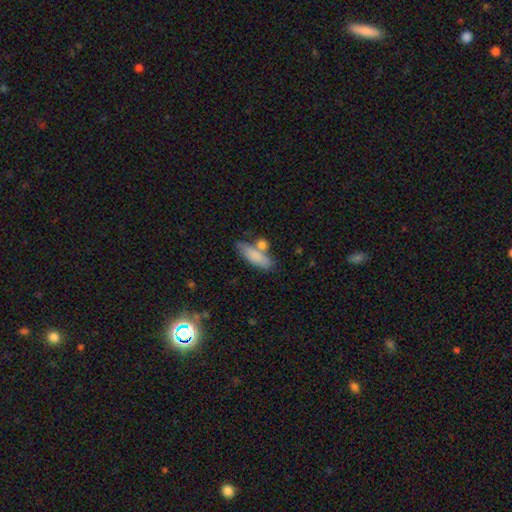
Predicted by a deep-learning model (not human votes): smooth_or_featured: smooth (p=0.81) [alt: featured or disk p=0.13]
how_rounded: in between (p=0.51) [alt: cigar-shaped p=0.46]
merging: none (p=0.58) [alt: merger p=0.20]